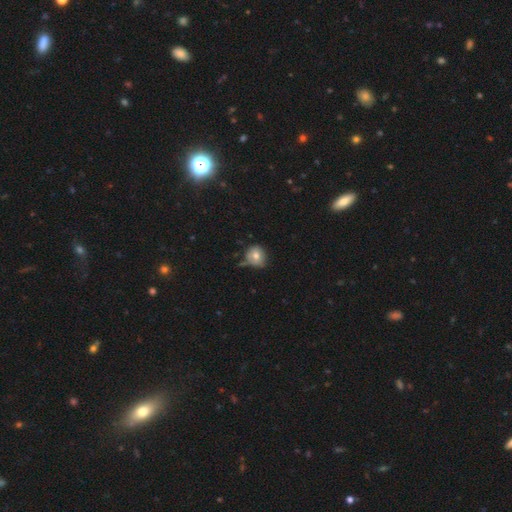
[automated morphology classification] type=smooth (72%); roundness=round (81%); merging=none (60%).